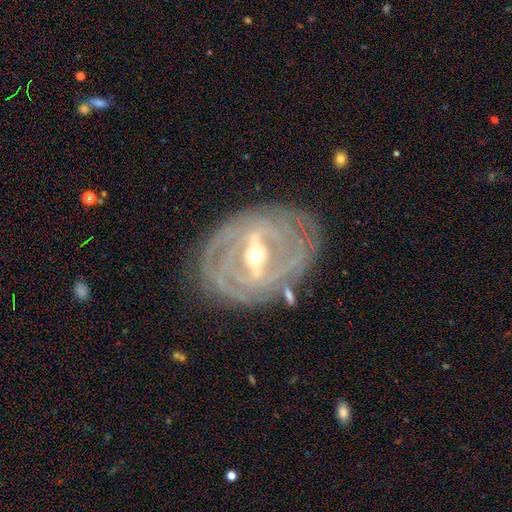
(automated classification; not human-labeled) Q: Smooth or featured?
A: featured or disk (91%); runner-up: smooth (5%)
Q: Edge-on disk?
A: no (93%); runner-up: yes (7%)
Q: Bar?
A: strong (70%); runner-up: weak (24%)
Q: Spiral arms?
A: yes (91%); runner-up: no (9%)
Q: Spiral winding?
A: tight (82%); runner-up: medium (14%)
Q: Spiral arm count?
A: can't tell (34%); runner-up: 3 (18%)
Q: Bulge size?
A: moderate (67%); runner-up: small (27%)
Q: Merging?
A: none (81%); runner-up: minor disturbance (13%)